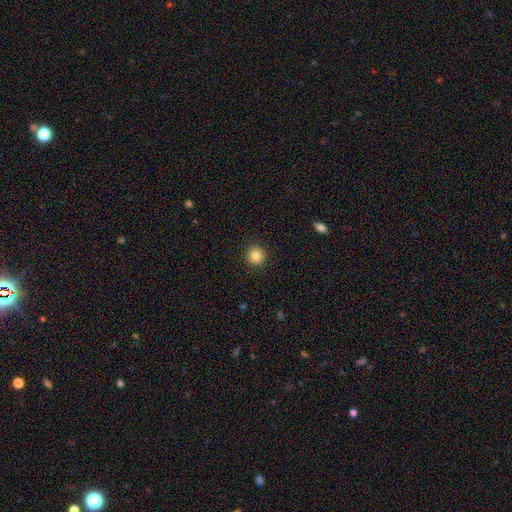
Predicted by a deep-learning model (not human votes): smooth-or-featured: smooth: 84% | star or artifact: 10% | featured or disk: 5%
  how-rounded: round: 94% | in between: 5% | cigar-shaped: 1%
  merging: none: 92% | minor disturbance: 5% | major disturbance: 2% | merger: 1%